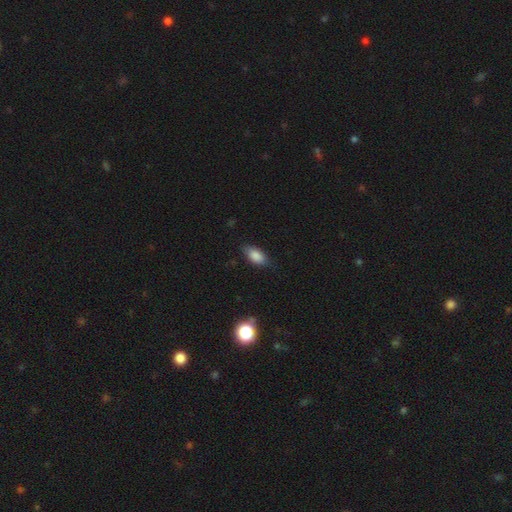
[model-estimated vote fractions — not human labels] Smooth or featured?
  - smooth: 85% *
  - star or artifact: 8%
  - featured or disk: 7%
How rounded?
  - in between: 90% *
  - cigar-shaped: 6%
  - round: 4%
Merging?
  - none: 78% *
  - minor disturbance: 18%
  - major disturbance: 3%
  - merger: 1%